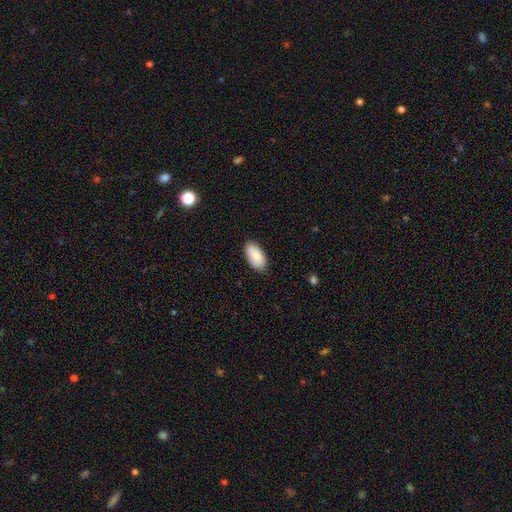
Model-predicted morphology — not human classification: smooth-or-featured: smooth: 86% | featured or disk: 8% | star or artifact: 6%
  how-rounded: in between: 95% | round: 3% | cigar-shaped: 3%
  merging: none: 84% | minor disturbance: 13% | major disturbance: 2% | merger: 1%